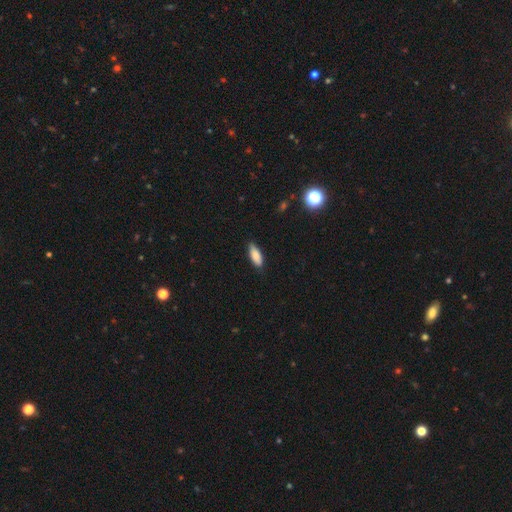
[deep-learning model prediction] This is clearly a smooth galaxy (85%). How rounded: likely in between (71%). Merging: clearly none (82%).